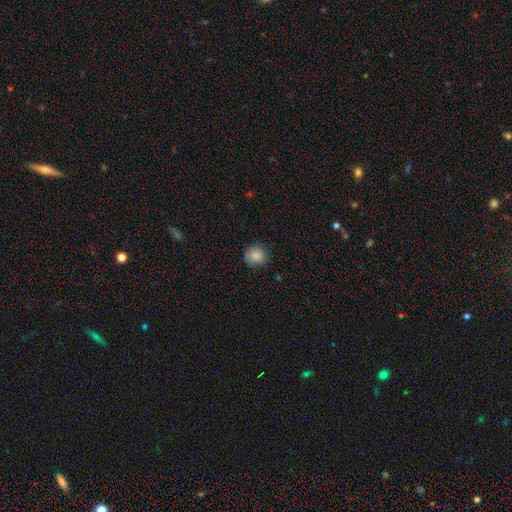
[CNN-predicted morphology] Overall: smooth (86%). How rounded: round (85%). Merging: none (81%).